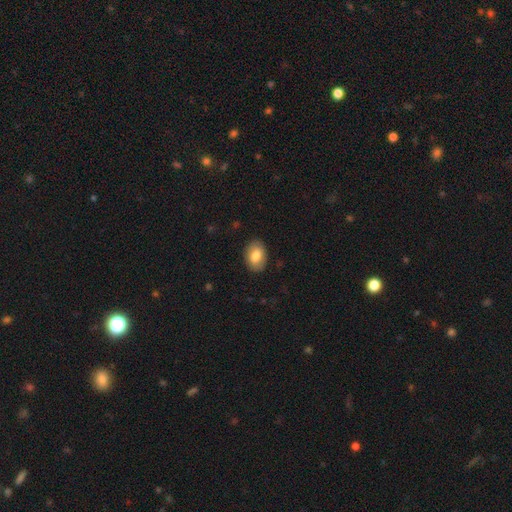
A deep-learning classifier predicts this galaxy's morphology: Smooth or featured? Predicted: smooth (p=0.79). How rounded? Predicted: in between (p=0.86). Merging? Predicted: none (p=0.87).